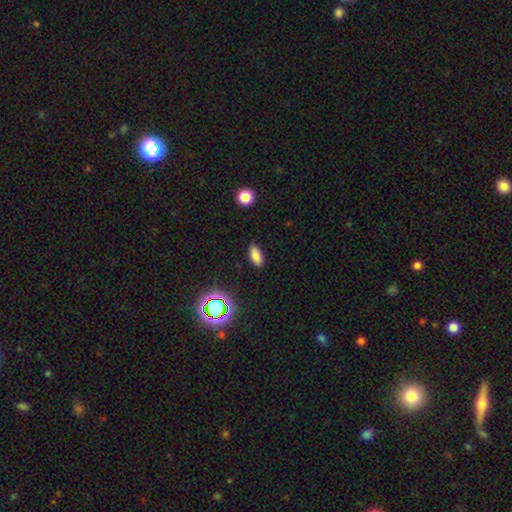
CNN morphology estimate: smooth 81%, star or artifact 14%, featured or disk 5%. Down the decision tree: how rounded — in between (89%); merging — none (87%).